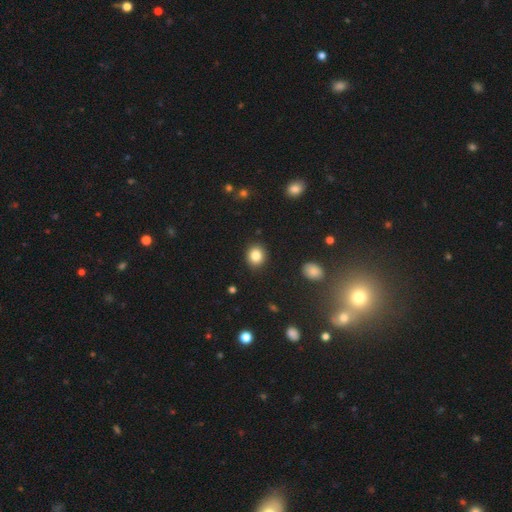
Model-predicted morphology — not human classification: Smooth or featured? Predicted: smooth (p=0.85). How rounded? Predicted: round (p=0.75). Merging? Predicted: none (p=0.90).